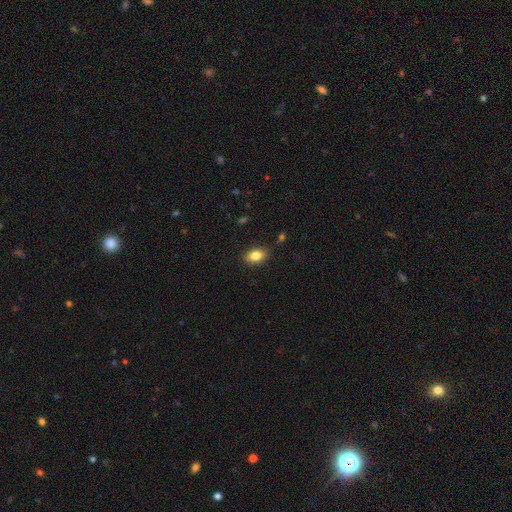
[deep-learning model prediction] Smooth or featured?
  - smooth: 82% *
  - featured or disk: 9%
  - star or artifact: 9%
How rounded?
  - in between: 85% *
  - round: 13%
  - cigar-shaped: 2%
Merging?
  - none: 84% *
  - minor disturbance: 12%
  - major disturbance: 2%
  - merger: 2%